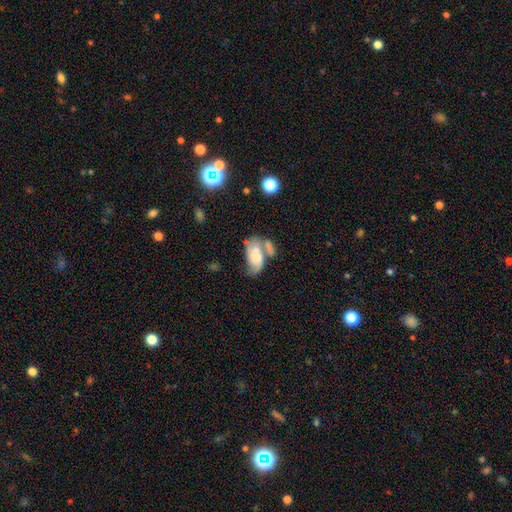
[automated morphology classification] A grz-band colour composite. It shows a smooth galaxy with no disk features (50%). Merging: merger (47%).